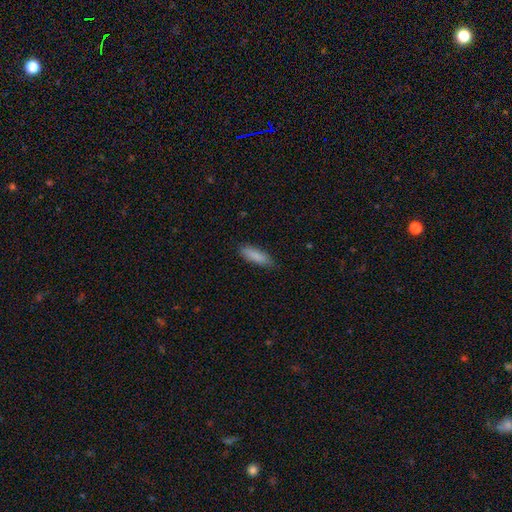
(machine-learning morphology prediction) Q: Smooth or featured?
A: smooth (88%); runner-up: star or artifact (6%)
Q: How rounded?
A: cigar-shaped (53%); runner-up: in between (46%)
Q: Merging?
A: none (84%); runner-up: minor disturbance (13%)